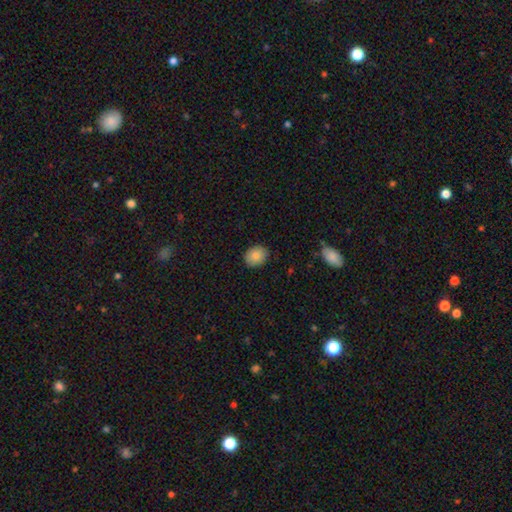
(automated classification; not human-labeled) smooth-or-featured: smooth: 86% | star or artifact: 8% | featured or disk: 6%
  how-rounded: in between: 53% | round: 46% | cigar-shaped: 1%
  merging: none: 88% | minor disturbance: 9% | major disturbance: 2% | merger: 1%